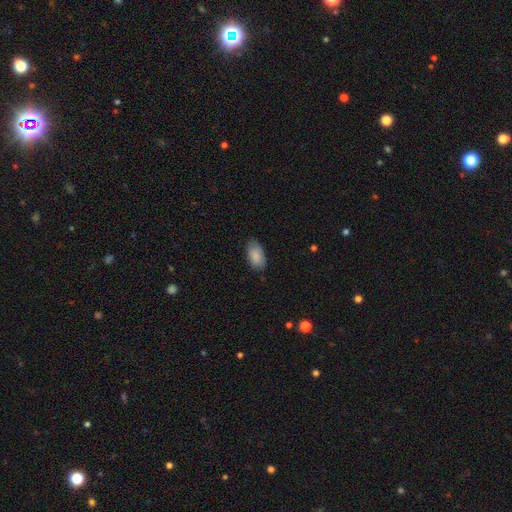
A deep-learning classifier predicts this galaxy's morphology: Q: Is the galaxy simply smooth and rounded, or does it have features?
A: smooth — 86%.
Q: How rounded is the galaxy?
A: in between — 94%.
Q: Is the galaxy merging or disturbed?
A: none — 81%.